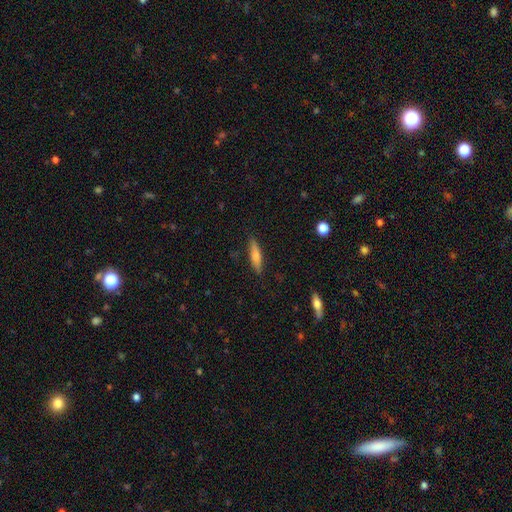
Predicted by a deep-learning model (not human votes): Smooth or featured? smooth (68%)
How rounded? cigar-shaped (77%)
Merging? none (86%)